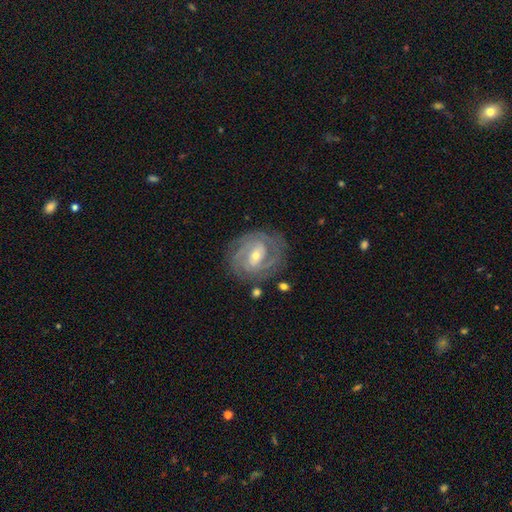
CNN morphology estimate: type=featured or disk (87%); edge-on=no (97%); bar=weak (45%); spiral arms=yes (96%); winding=tight (69%); arm count=2 (42%); bulge=small (54%); merging=none (79%).